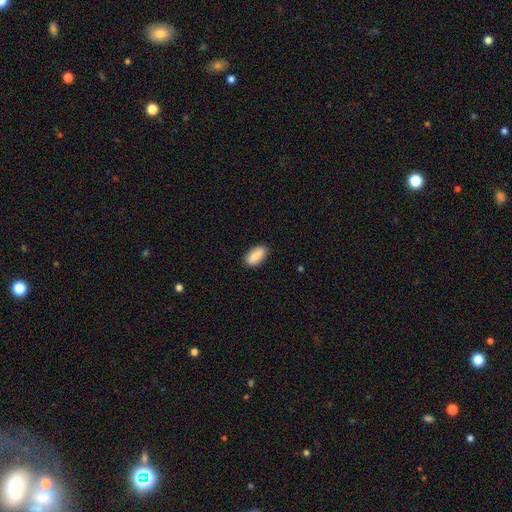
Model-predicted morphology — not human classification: Q: Smooth or featured?
A: smooth (80%); runner-up: featured or disk (14%)
Q: How rounded?
A: in between (88%); runner-up: cigar-shaped (9%)
Q: Merging?
A: none (86%); runner-up: minor disturbance (10%)